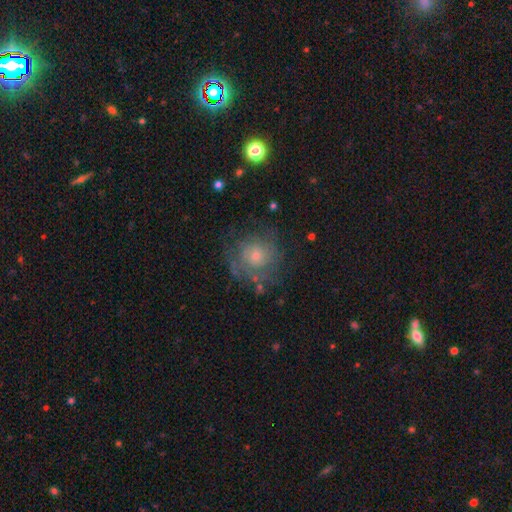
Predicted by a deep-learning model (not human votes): smooth-or-featured: featured or disk: 51% | smooth: 36% | star or artifact: 13%
  disk-edge-on: no: 97% | yes: 3%
  merging: none: 68% | minor disturbance: 18% | major disturbance: 12% | merger: 2%